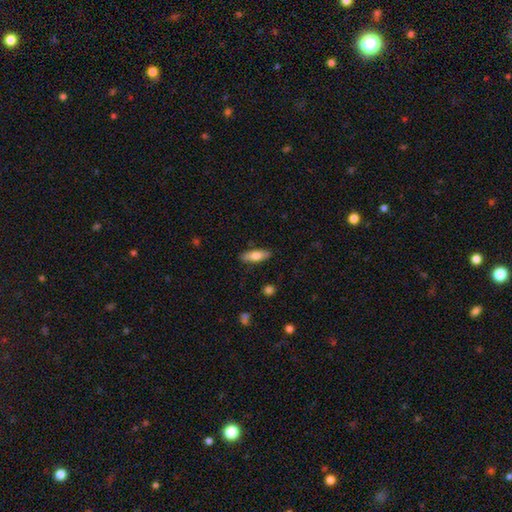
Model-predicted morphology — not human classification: Q: Smooth or featured?
A: smooth (71%); runner-up: featured or disk (23%)
Q: How rounded?
A: in between (57%); runner-up: cigar-shaped (41%)
Q: Merging?
A: none (86%); runner-up: minor disturbance (10%)